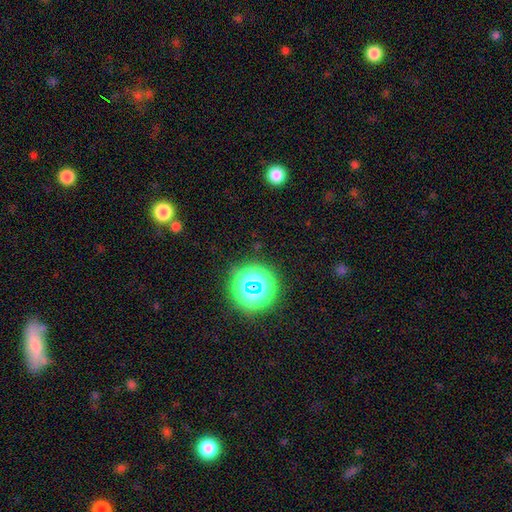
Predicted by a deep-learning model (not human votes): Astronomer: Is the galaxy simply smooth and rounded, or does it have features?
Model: star or artifact — 70%.